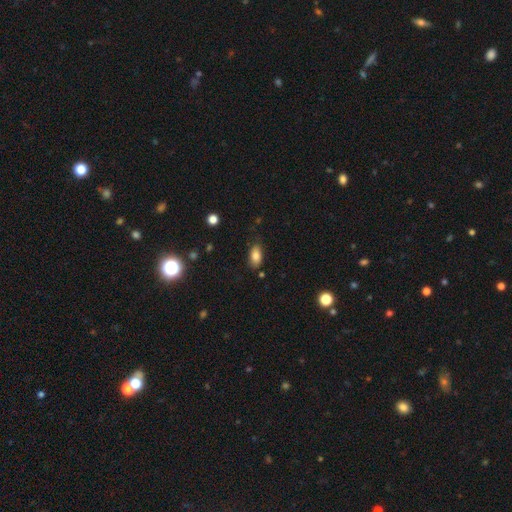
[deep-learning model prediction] A smooth galaxy with no disk features (84%) that is in between round and cigar-shaped (90%).

Vote fractions:
- Smooth or featured? smooth: 84% / star or artifact: 9% / featured or disk: 7%
- How rounded? in between: 90% / round: 5% / cigar-shaped: 4%
- Merging? none: 79% / minor disturbance: 16% / major disturbance: 3% / merger: 2%